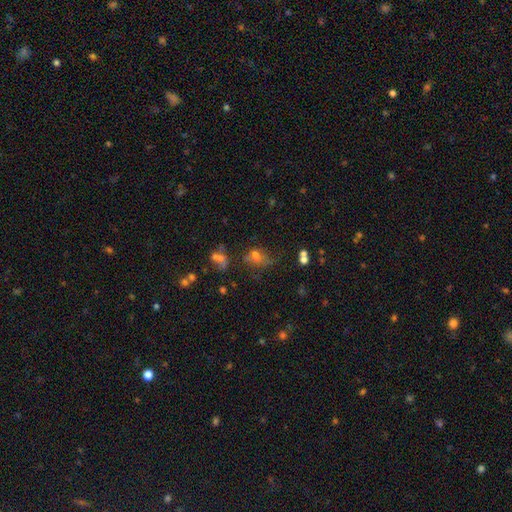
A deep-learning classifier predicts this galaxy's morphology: smooth_or_featured: smooth (p=0.58) [alt: star or artifact p=0.23]
how_rounded: in between (p=0.67) [alt: round p=0.30]
merging: none (p=0.35) [alt: major disturbance p=0.24]